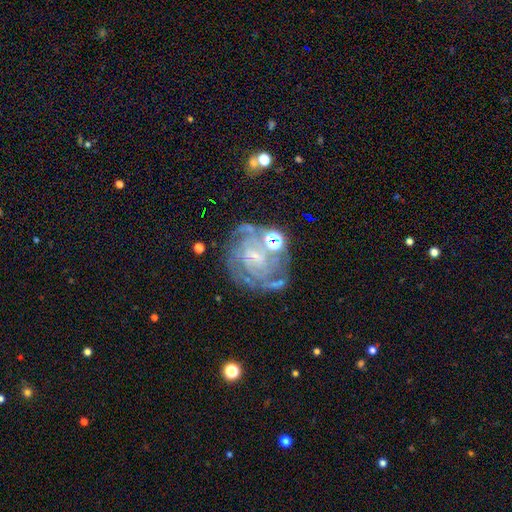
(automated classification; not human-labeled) Smooth or featured: featured or disk — 83% (star or artifact — 9%)
Edge-on disk: no — 98% (yes — 2%)
Bar: weak — 47% (no — 36%)
Spiral arms: yes — 95% (no — 5%)
Spiral winding: tight — 63% (medium — 31%)
Spiral arm count: can't tell — 28% (3 — 23%)
Bulge size: small — 72% (moderate — 13%)
Merging: none — 62% (minor disturbance — 20%)